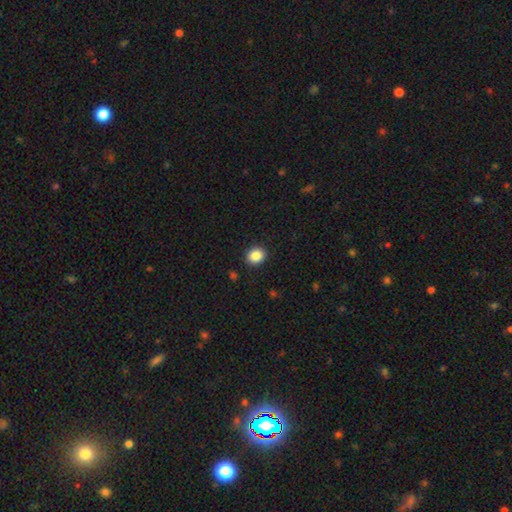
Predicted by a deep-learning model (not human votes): smooth_or_featured: smooth (p=0.87) [alt: star or artifact p=0.09]
how_rounded: round (p=0.68) [alt: in between p=0.31]
merging: none (p=0.90) [alt: minor disturbance p=0.07]